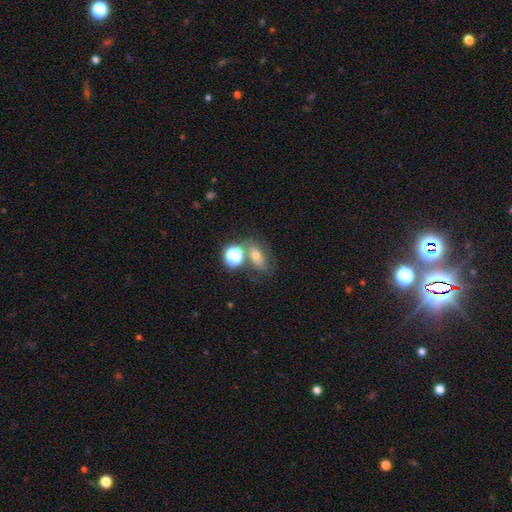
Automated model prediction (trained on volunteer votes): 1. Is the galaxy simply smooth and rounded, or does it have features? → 53% smooth, 25% featured or disk, 21% star or artifact.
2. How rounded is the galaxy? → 66% in between, 30% round, 4% cigar-shaped.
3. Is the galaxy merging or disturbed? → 49% none, 26% merger, 15% minor disturbance, 10% major disturbance.